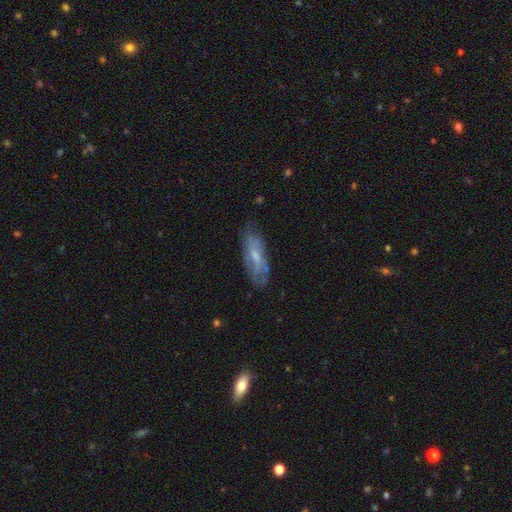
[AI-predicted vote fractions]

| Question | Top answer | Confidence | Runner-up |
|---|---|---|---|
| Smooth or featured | featured or disk | 55% | smooth (38%) |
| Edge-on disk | no | 79% | yes (21%) |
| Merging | none | 65% | minor disturbance (24%) |